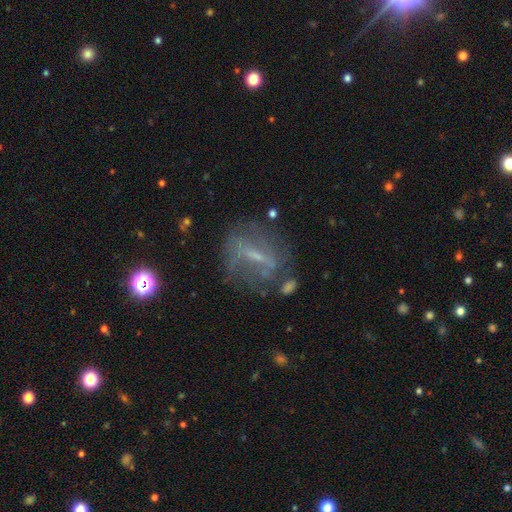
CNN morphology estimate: A featured or disk galaxy (64%) with a strong bar (41%), no spiral arms (51%) and a small central bulge (62%).

Vote fractions:
- Smooth or featured? featured or disk: 64% / smooth: 21% / star or artifact: 15%
- Edge-on disk? no: 82% / yes: 18%
- Bar? strong: 41% / weak: 38% / no: 20%
- Spiral arms? no: 51% / yes: 49%
- Bulge size? small: 62% / moderate: 18% / none: 18% / large: 1% / dominant: 1%
- Merging? none: 60% / minor disturbance: 19% / major disturbance: 15% / merger: 6%